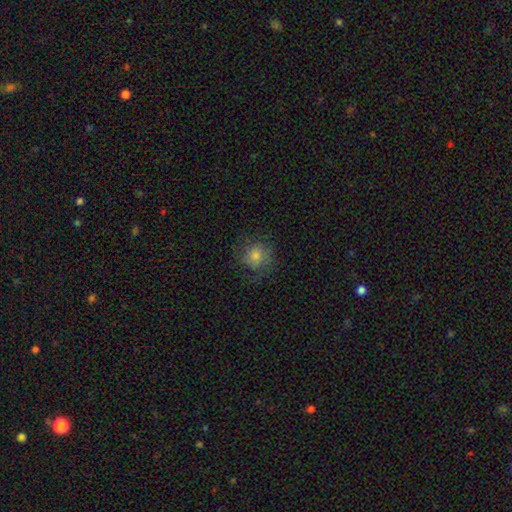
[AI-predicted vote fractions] Smooth or featured? smooth (66%)
How rounded? round (87%)
Merging? none (71%)